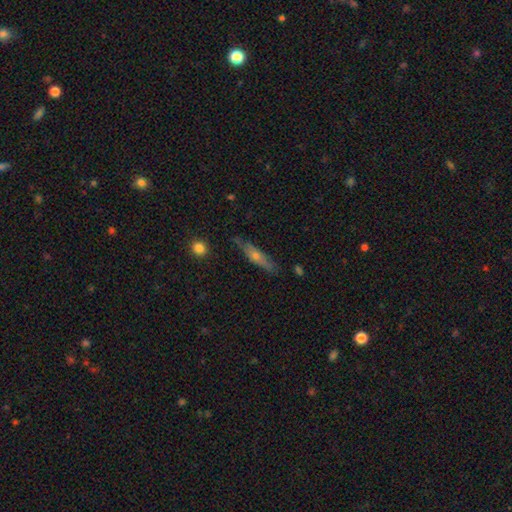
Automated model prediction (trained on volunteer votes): Overall: featured or disk (48%; smooth 45%). Merging: none (77%).